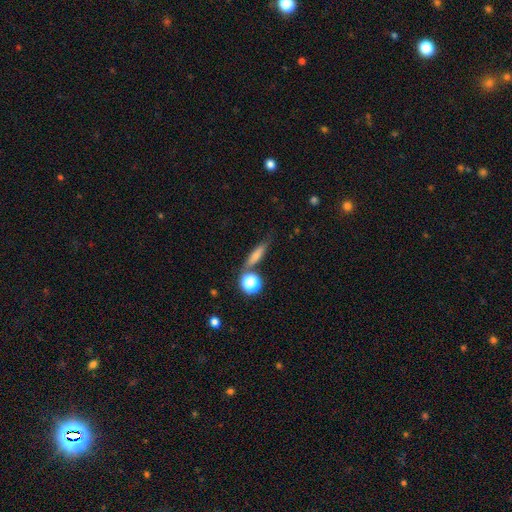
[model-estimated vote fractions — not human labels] A smooth galaxy with no disk features (68%) that is cigar-shaped (60%). Merging: none (69%).